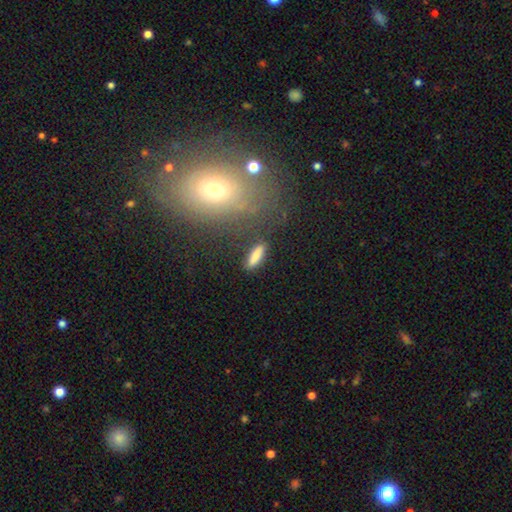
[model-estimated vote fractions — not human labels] This is clearly a smooth galaxy (85%). How rounded: possibly cigar-shaped (56%). Merging: clearly none (83%).